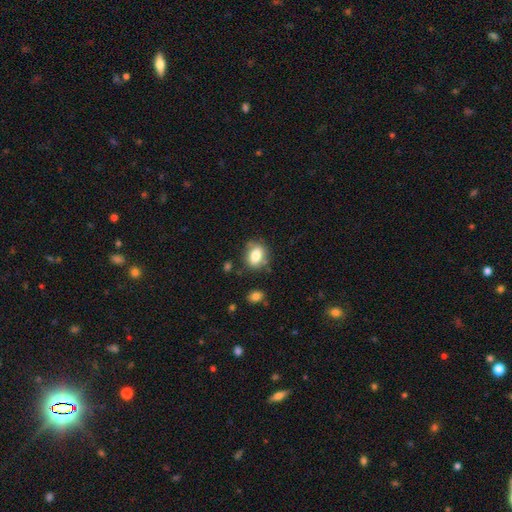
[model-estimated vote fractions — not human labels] A smooth galaxy with no disk features (77%) that is in between round and cigar-shaped (63%). Merging: none (74%).